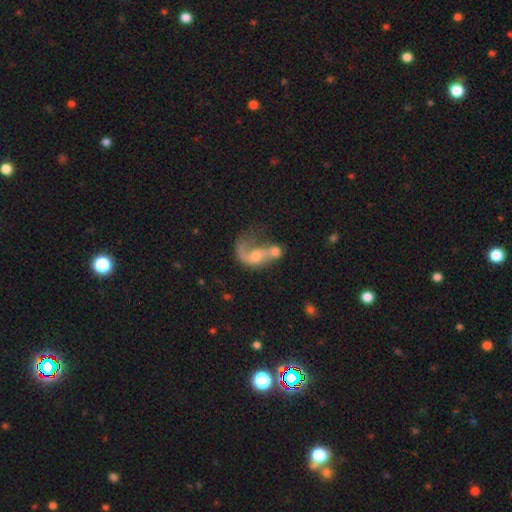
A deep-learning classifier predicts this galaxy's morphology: A featured or disk galaxy (66%) with no bar (66%), spiral arms (76%) and a moderate central bulge (53%). Merging: merger (51%).